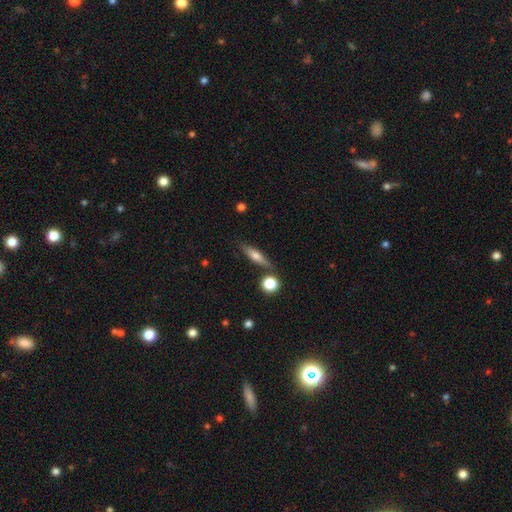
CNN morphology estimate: Overall: smooth (57%; featured or disk 35%). How rounded: cigar-shaped (68%). Merging: none (77%).